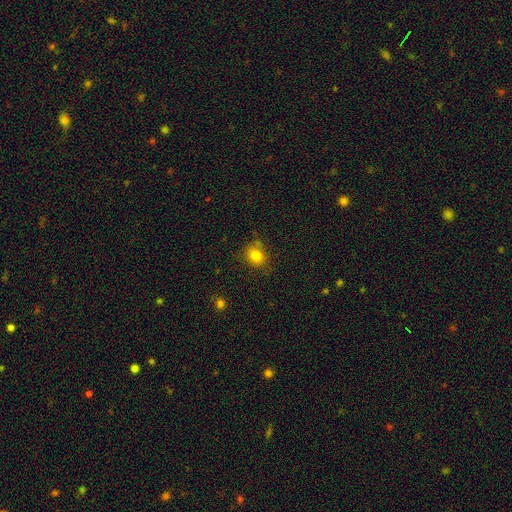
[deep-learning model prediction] Q: Smooth or featured?
A: smooth (80%); runner-up: star or artifact (12%)
Q: How rounded?
A: round (68%); runner-up: in between (31%)
Q: Merging?
A: none (77%); runner-up: minor disturbance (16%)